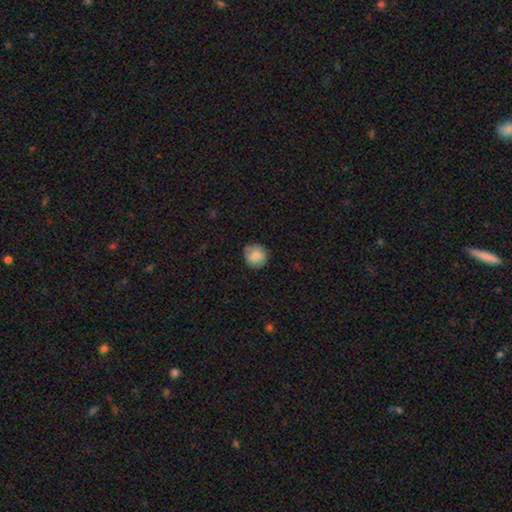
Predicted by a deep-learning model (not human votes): Morphology: type=smooth (85%); roundness=round (92%); merging=none (86%).